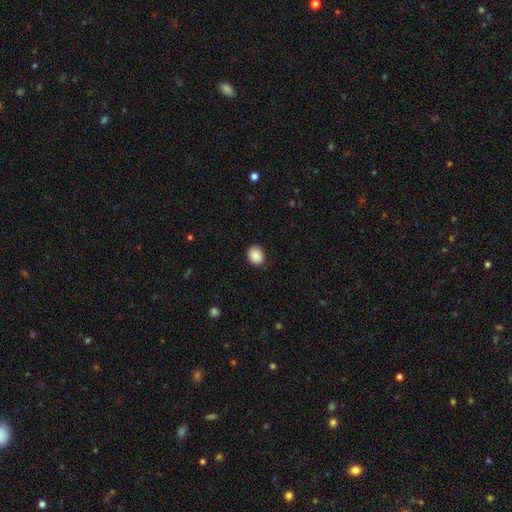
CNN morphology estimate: Smooth or featured: smooth — 89% (star or artifact — 8%)
How rounded: round — 63% (in between — 36%)
Merging: none — 84% (minor disturbance — 12%)